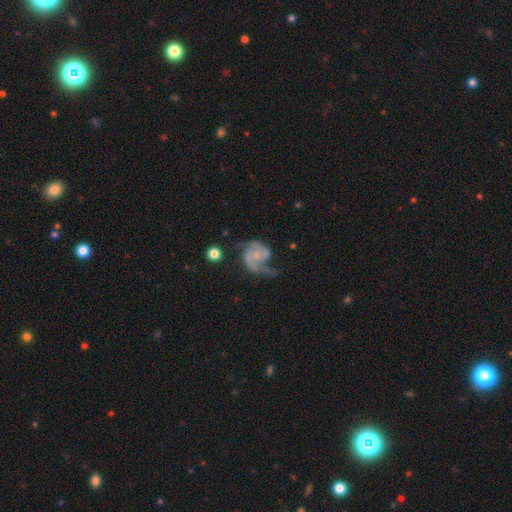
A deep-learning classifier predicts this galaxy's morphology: Q: Smooth or featured?
A: featured or disk (82%); runner-up: smooth (12%)
Q: Edge-on disk?
A: no (98%); runner-up: yes (2%)
Q: Bar?
A: no (69%); runner-up: weak (27%)
Q: Spiral arms?
A: yes (95%); runner-up: no (5%)
Q: Spiral winding?
A: medium (45%); runner-up: loose (35%)
Q: Spiral arm count?
A: 2 (71%); runner-up: 1 (17%)
Q: Bulge size?
A: small (55%); runner-up: none (22%)
Q: Merging?
A: none (41%); runner-up: major disturbance (31%)